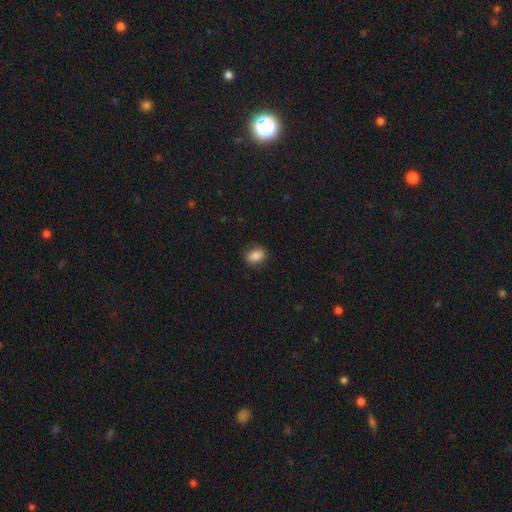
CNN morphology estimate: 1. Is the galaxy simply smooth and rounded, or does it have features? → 85% smooth, 9% star or artifact, 6% featured or disk.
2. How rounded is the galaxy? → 66% in between, 32% round, 2% cigar-shaped.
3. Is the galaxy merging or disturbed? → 86% none, 11% minor disturbance, 2% major disturbance, 1% merger.